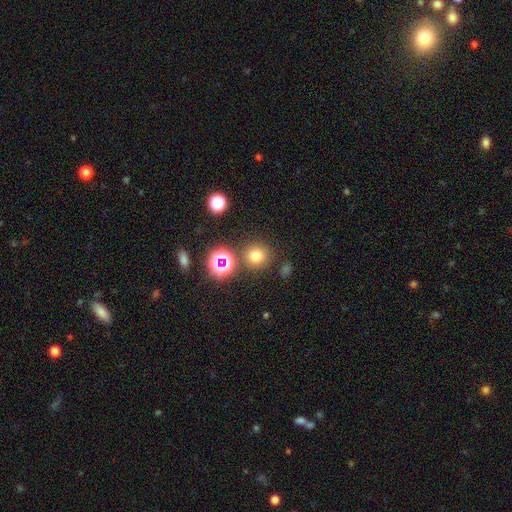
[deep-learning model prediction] A smooth galaxy with no disk features (71%) that is round (92%).

Vote fractions:
- Smooth or featured? smooth: 71% / star or artifact: 21% / featured or disk: 7%
- How rounded? round: 92% / in between: 7% / cigar-shaped: 1%
- Merging? none: 84% / minor disturbance: 8% / merger: 6% / major disturbance: 3%